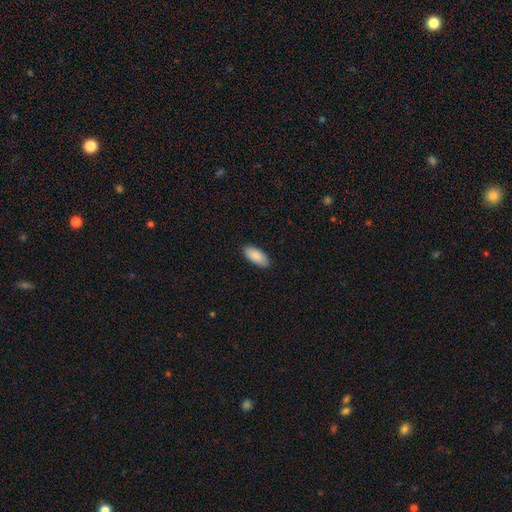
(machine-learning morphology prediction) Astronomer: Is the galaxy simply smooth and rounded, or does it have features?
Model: smooth — 90%.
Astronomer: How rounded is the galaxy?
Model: in between — 88%.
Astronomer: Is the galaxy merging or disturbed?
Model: none — 89%.